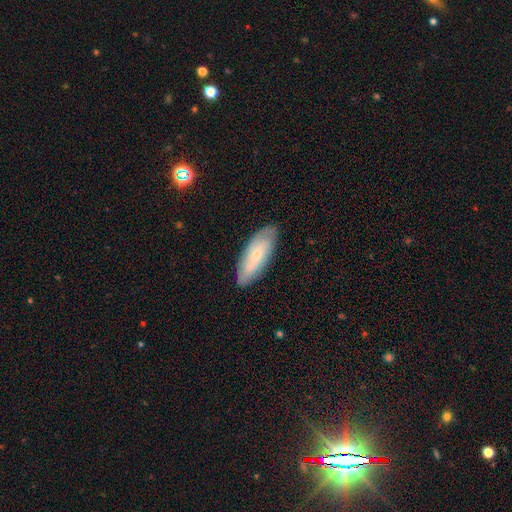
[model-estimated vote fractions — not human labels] The model was most divided on "smooth or featured": smooth: 53%, featured or disk: 41%, star or artifact: 7%. More confident: merging — none (82%); how rounded — in between (67%).